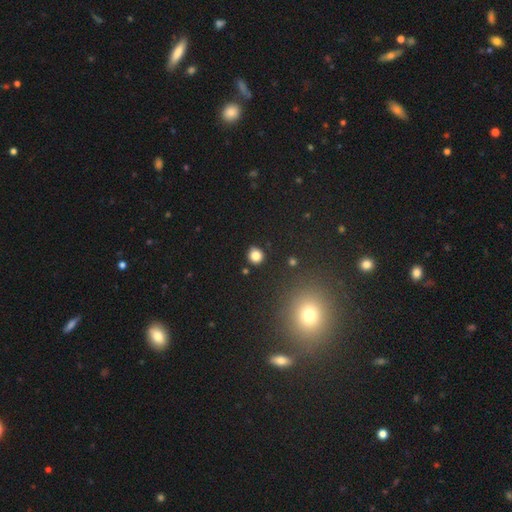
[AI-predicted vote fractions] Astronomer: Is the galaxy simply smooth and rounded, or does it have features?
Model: smooth — 83%.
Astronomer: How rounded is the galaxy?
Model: round — 85%.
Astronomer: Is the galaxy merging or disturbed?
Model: none — 88%.